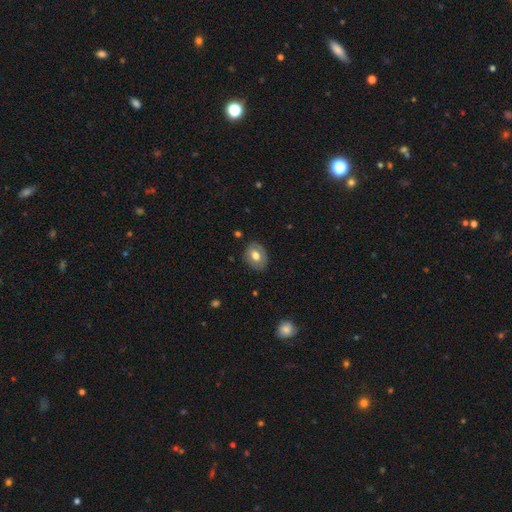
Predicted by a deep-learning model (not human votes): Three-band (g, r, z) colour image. It shows a smooth galaxy with no disk features (62%) that is in between round and cigar-shaped (62%). Merging: none (82%).